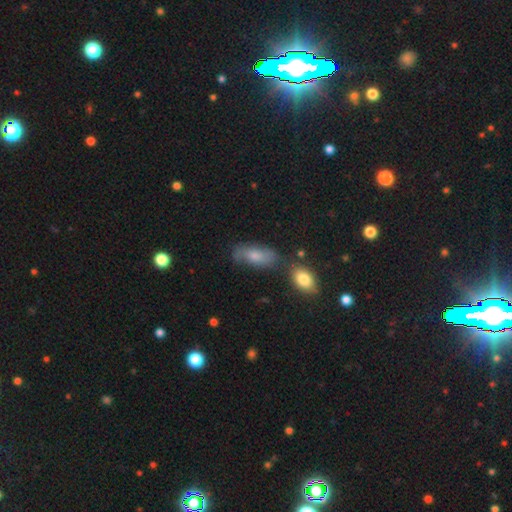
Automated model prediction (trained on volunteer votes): Morphology: type=smooth (60%); roundness=in between (85%); merging=none (60%).